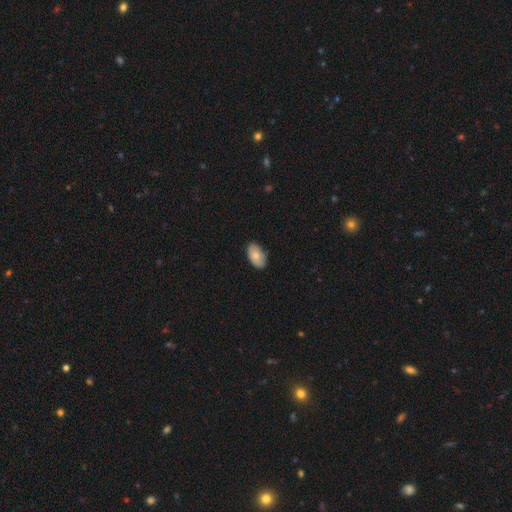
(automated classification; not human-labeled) This appears to be a smooth galaxy with no disk features (78%) that is in between round and cigar-shaped (94%). Merging: none (83%).